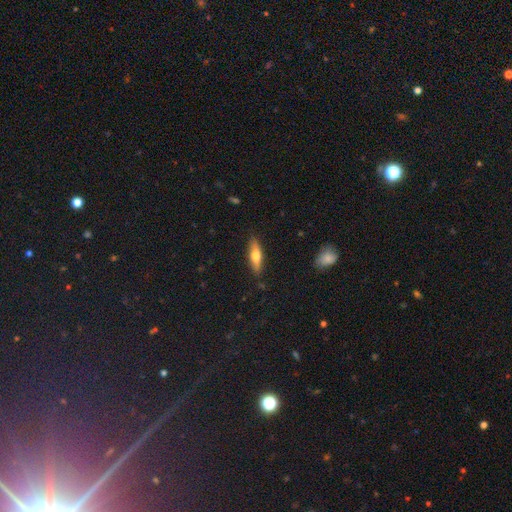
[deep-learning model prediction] Smooth or featured?
  - smooth: 54% *
  - featured or disk: 40%
  - star or artifact: 6%
How rounded?
  - cigar-shaped: 60% *
  - in between: 37%
  - round: 3%
Merging?
  - none: 87% *
  - minor disturbance: 9%
  - major disturbance: 2%
  - merger: 1%